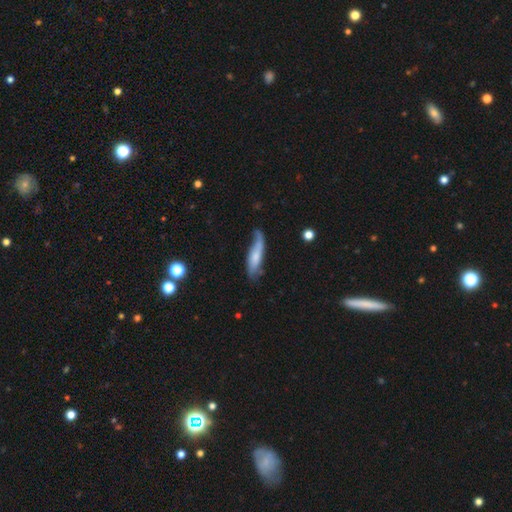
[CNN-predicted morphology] The model was most divided on "merging": none: 42%, minor disturbance: 35%, major disturbance: 18%, merger: 4%. More confident: how rounded — cigar-shaped (66%); smooth or featured — smooth (55%).